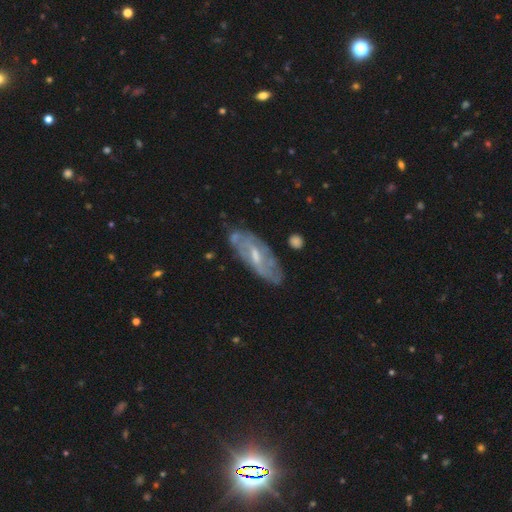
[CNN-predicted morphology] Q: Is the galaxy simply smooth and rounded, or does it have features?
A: featured or disk — 71%.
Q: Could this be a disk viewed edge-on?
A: no — 83%.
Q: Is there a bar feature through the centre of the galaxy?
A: weak — 53%.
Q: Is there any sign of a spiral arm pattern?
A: yes — 70%.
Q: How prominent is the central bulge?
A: moderate — 46%.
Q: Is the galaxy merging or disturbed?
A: none — 69%.